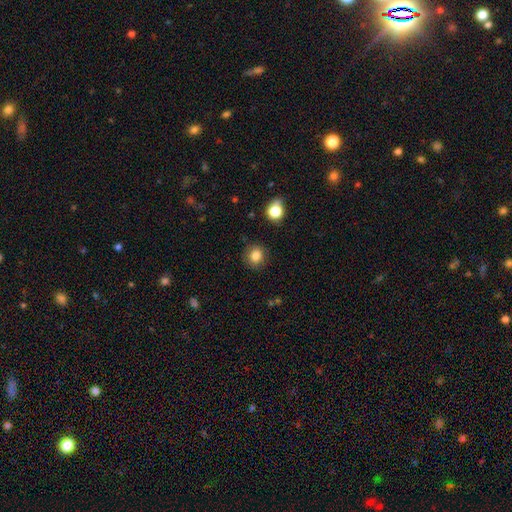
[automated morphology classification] This is clearly a smooth galaxy (83%). How rounded: clearly round (84%). Merging: clearly none (88%).